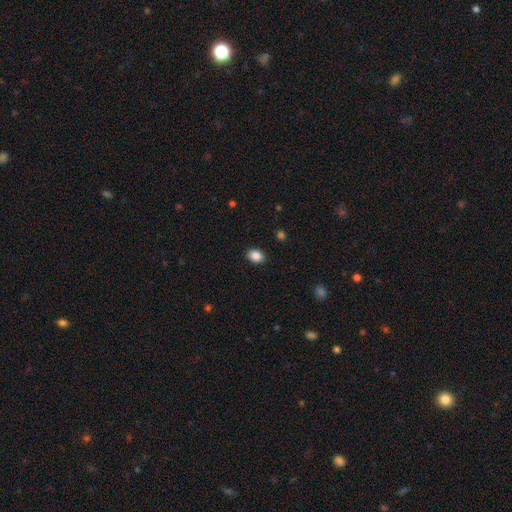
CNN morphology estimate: The model was most divided on "how rounded": in between: 62%, round: 37%, cigar-shaped: 1%. More confident: merging — none (90%); smooth or featured — smooth (87%).